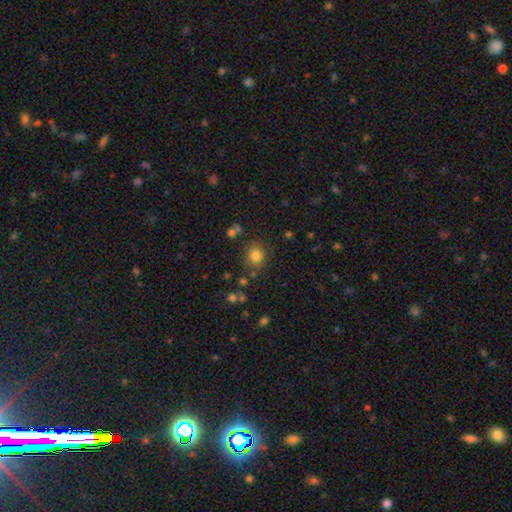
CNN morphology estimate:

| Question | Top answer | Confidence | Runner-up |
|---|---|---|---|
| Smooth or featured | smooth | 80% | star or artifact (14%) |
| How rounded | round | 85% | in between (14%) |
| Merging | none | 81% | minor disturbance (10%) |